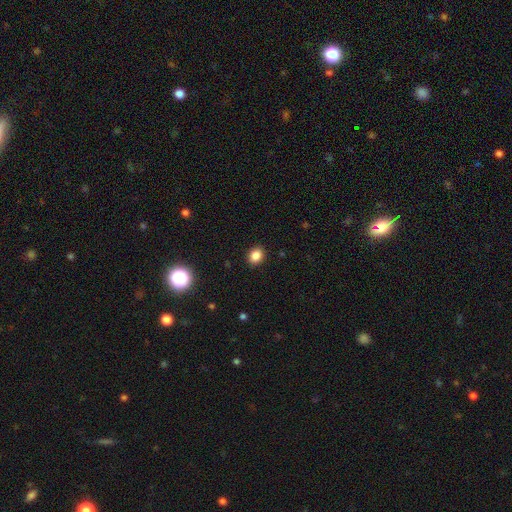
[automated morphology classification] Smooth or featured? smooth (85%)
How rounded? round (52%)
Merging? none (91%)